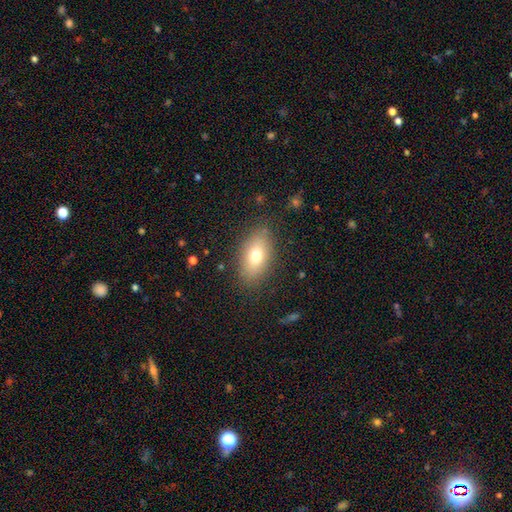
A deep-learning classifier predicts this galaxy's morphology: The model was most divided on "smooth or featured": smooth: 72%, featured or disk: 19%, star or artifact: 10%. More confident: how rounded — in between (87%); merging — none (83%).